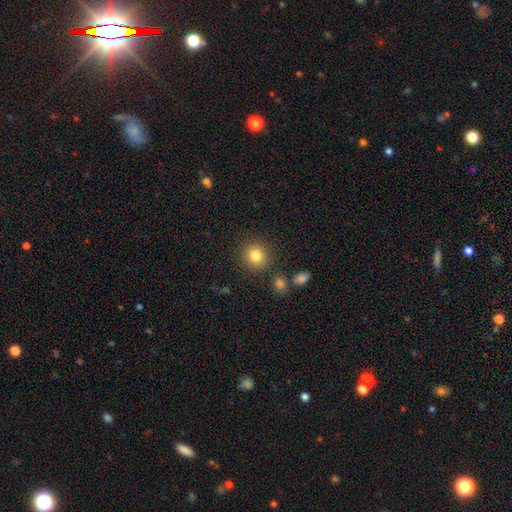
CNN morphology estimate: This appears to be a smooth galaxy with no disk features (82%) that is round (90%). Merging: none (88%).